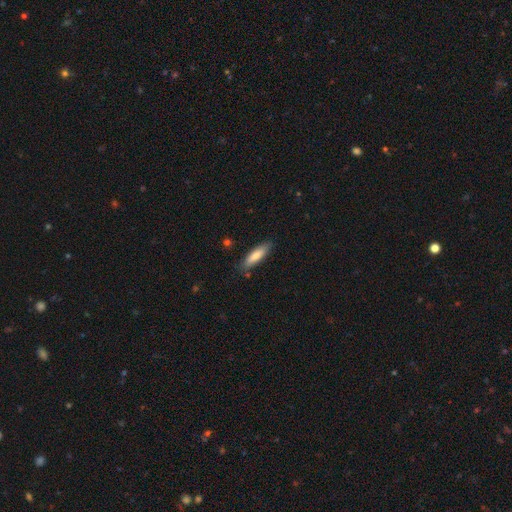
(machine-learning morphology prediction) This appears to be a smooth galaxy with no disk features (76%) that is cigar-shaped (64%). Merging: none (83%).